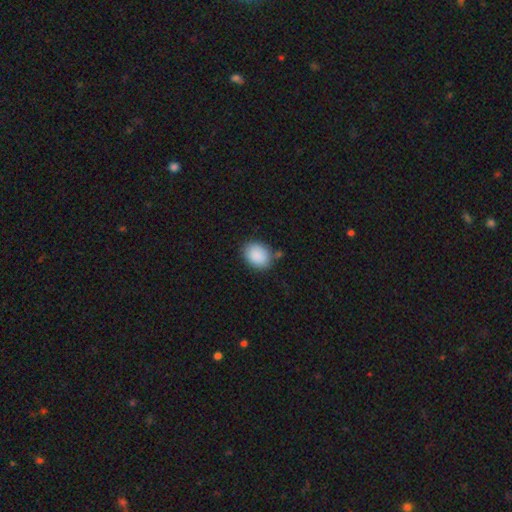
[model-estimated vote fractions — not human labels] Smooth or featured?
  - smooth: 90% *
  - star or artifact: 7%
  - featured or disk: 4%
How rounded?
  - in between: 61% *
  - round: 38%
  - cigar-shaped: 1%
Merging?
  - none: 78% *
  - minor disturbance: 14%
  - merger: 4%
  - major disturbance: 3%